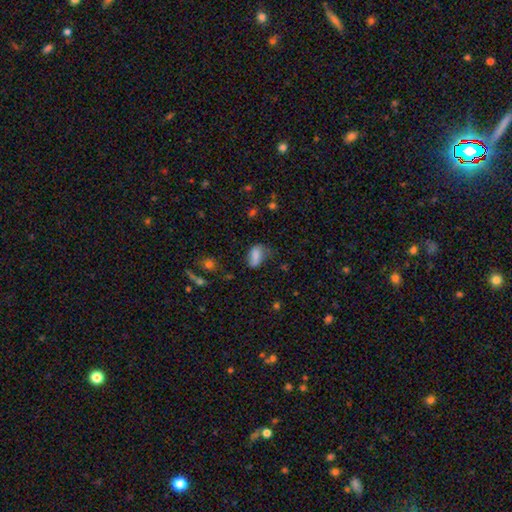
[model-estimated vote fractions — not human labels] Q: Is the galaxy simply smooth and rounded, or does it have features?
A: smooth — 78%.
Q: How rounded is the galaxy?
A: in between — 86%.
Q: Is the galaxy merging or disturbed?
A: none — 46%.